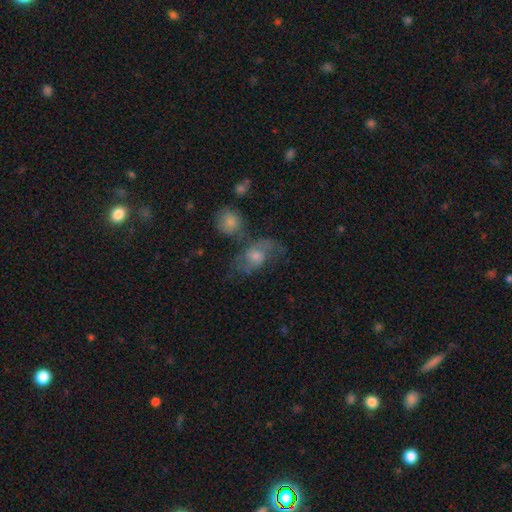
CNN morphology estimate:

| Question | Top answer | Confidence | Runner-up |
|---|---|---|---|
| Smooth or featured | featured or disk | 57% | smooth (31%) |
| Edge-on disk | no | 94% | yes (6%) |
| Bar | no | 65% | weak (30%) |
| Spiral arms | yes | 80% | no (20%) |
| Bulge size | moderate | 53% | small (30%) |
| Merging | none | 46% | minor disturbance (20%) |